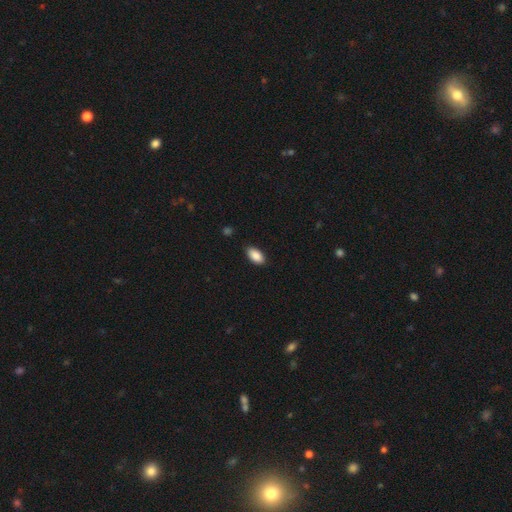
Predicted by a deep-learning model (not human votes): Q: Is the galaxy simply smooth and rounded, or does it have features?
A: smooth — 89%.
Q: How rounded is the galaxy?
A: in between — 94%.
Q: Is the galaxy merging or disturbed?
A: none — 86%.